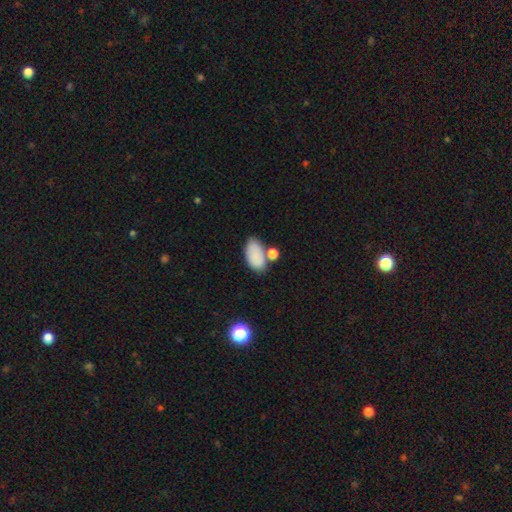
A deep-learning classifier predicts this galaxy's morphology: smooth_or_featured: smooth (p=0.83) [alt: star or artifact p=0.09]
how_rounded: in between (p=0.94) [alt: round p=0.05]
merging: none (p=0.59) [alt: merger p=0.20]